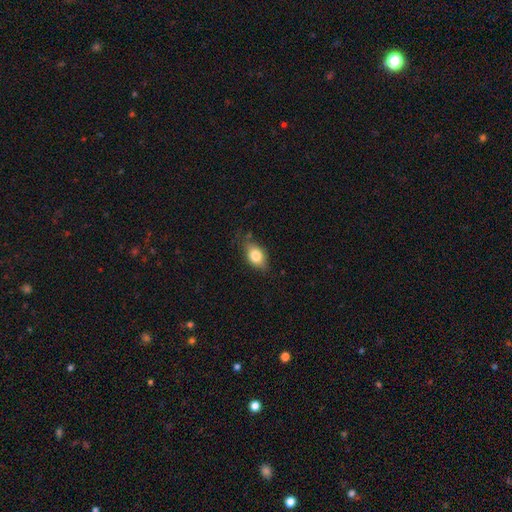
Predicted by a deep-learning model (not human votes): This is likely a smooth galaxy (77%). How rounded: clearly in between (81%). Merging: likely none (73%).